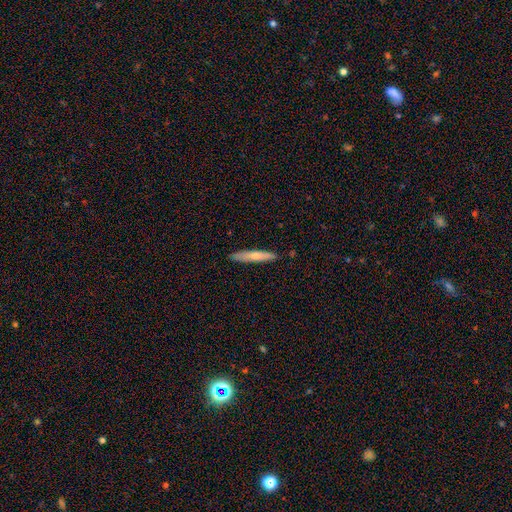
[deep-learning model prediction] Q: Smooth or featured?
A: smooth (64%); runner-up: featured or disk (30%)
Q: How rounded?
A: cigar-shaped (91%); runner-up: in between (8%)
Q: Merging?
A: none (87%); runner-up: minor disturbance (10%)